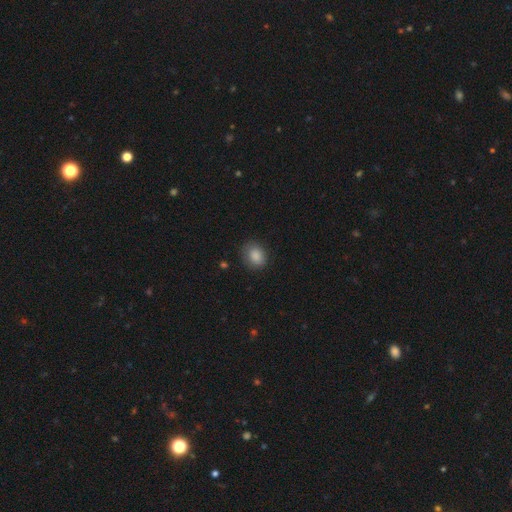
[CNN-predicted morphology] smooth 86%, star or artifact 9%, featured or disk 5%. Down the decision tree: how rounded — round (55%); merging — none (79%).